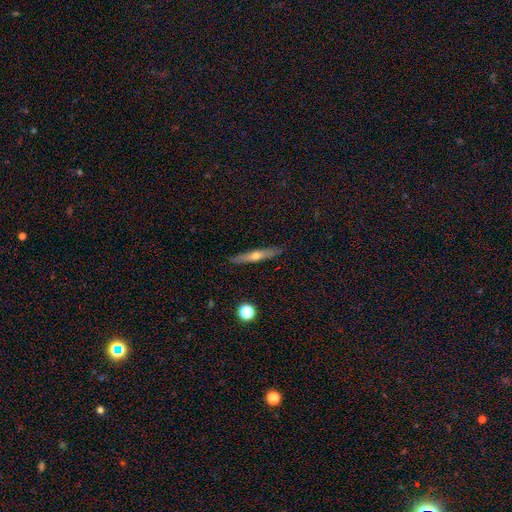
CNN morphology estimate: type=featured or disk (57%); edge-on=yes (93%); edge-on bulge=rounded (82%); merging=none (89%).